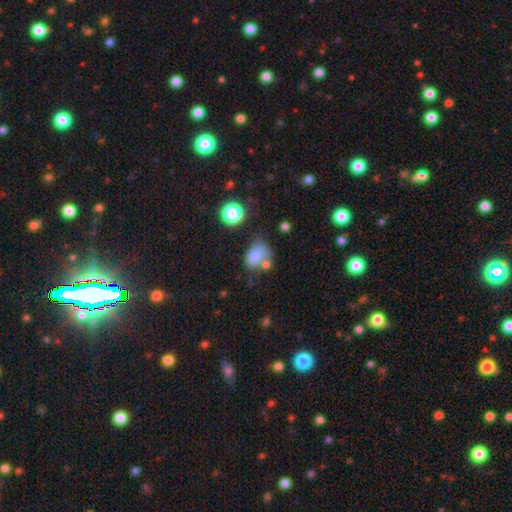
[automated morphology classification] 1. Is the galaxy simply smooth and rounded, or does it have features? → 73% smooth, 14% featured or disk, 13% star or artifact.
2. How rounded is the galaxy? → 74% in between, 25% round, 1% cigar-shaped.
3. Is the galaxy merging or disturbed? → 32% none, 27% merger, 24% minor disturbance, 17% major disturbance.